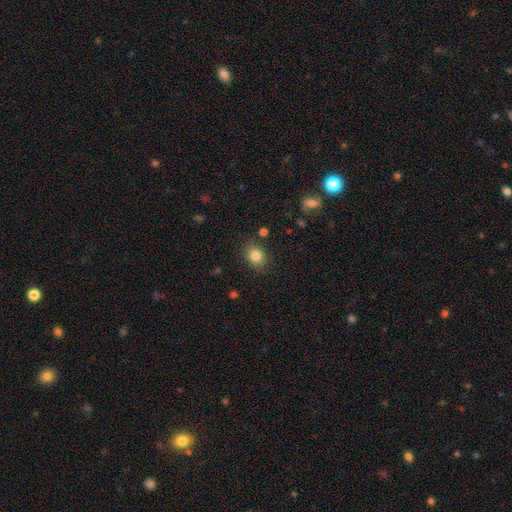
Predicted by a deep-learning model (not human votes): Q: Smooth or featured?
A: smooth (83%); runner-up: star or artifact (10%)
Q: How rounded?
A: round (56%); runner-up: in between (43%)
Q: Merging?
A: none (85%); runner-up: minor disturbance (10%)